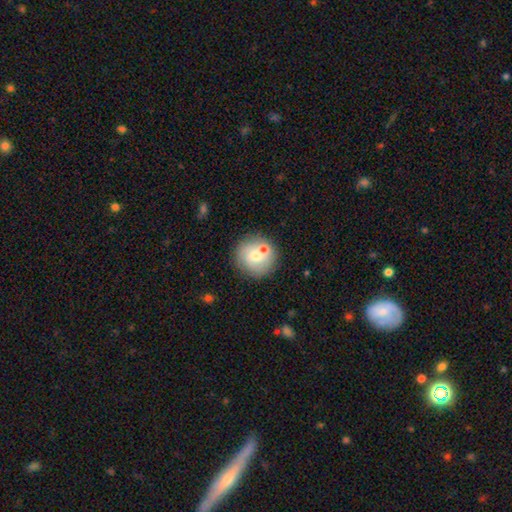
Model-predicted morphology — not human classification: A smooth galaxy with no disk features (63%) that is round (92%).

Vote fractions:
- Smooth or featured? smooth: 63% / featured or disk: 28% / star or artifact: 8%
- How rounded? round: 92% / in between: 7% / cigar-shaped: 1%
- Merging? none: 66% / merger: 19% / minor disturbance: 12% / major disturbance: 4%